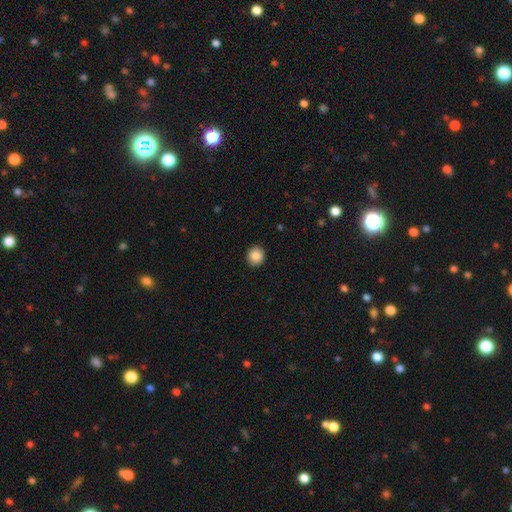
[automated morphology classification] A smooth galaxy with no disk features (87%) that is round (91%).

Vote fractions:
- Smooth or featured? smooth: 87% / star or artifact: 9% / featured or disk: 5%
- How rounded? round: 91% / in between: 8% / cigar-shaped: 1%
- Merging? none: 92% / minor disturbance: 5% / major disturbance: 2% / merger: 1%